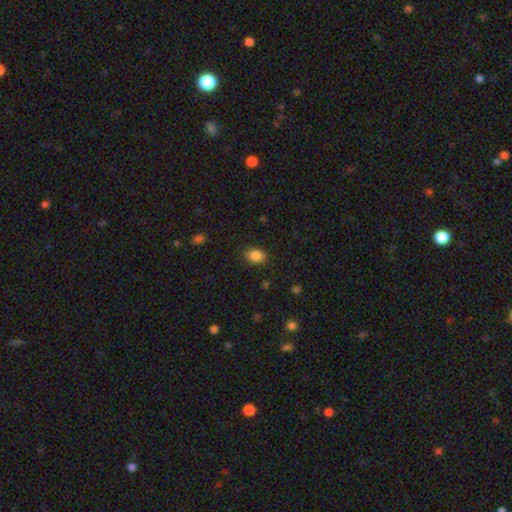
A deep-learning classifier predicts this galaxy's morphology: Smooth or featured? Predicted: smooth (p=0.86). How rounded? Predicted: in between (p=0.81). Merging? Predicted: none (p=0.85).